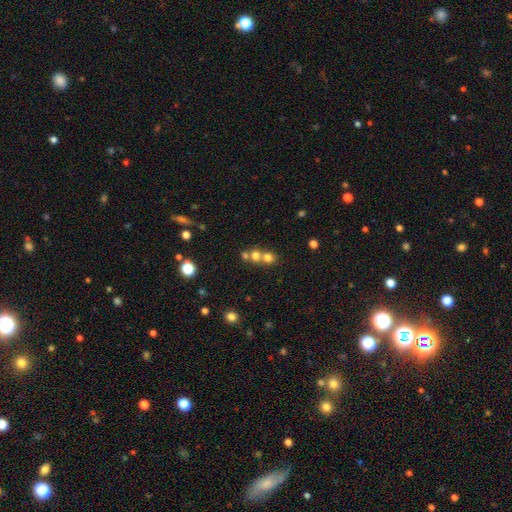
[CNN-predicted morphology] smooth-or-featured: smooth: 69% | star or artifact: 18% | featured or disk: 13%
  how-rounded: round: 82% | in between: 17% | cigar-shaped: 1%
  merging: merger: 53% | none: 39% | minor disturbance: 5% | major disturbance: 3%